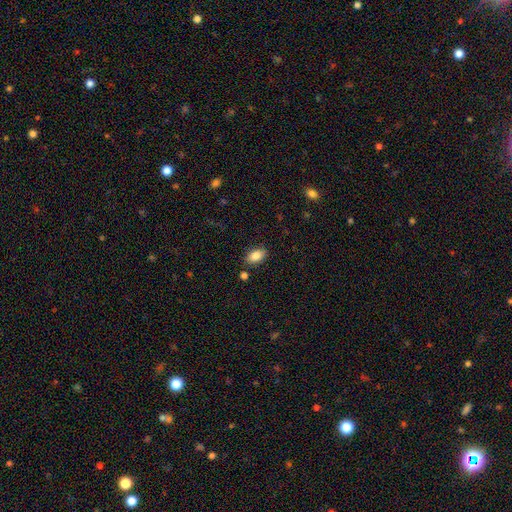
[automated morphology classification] A smooth galaxy with no disk features (84%) that is in between round and cigar-shaped (90%).

Vote fractions:
- Smooth or featured? smooth: 84% / star or artifact: 8% / featured or disk: 8%
- How rounded? in between: 90% / round: 7% / cigar-shaped: 3%
- Merging? none: 84% / minor disturbance: 10% / merger: 3% / major disturbance: 2%